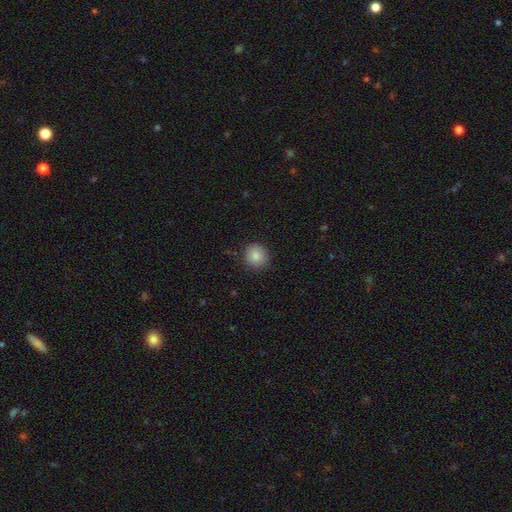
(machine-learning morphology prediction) Smooth or featured?
  - smooth: 86% *
  - star or artifact: 9%
  - featured or disk: 5%
How rounded?
  - round: 90% *
  - in between: 9%
  - cigar-shaped: 1%
Merging?
  - none: 87% *
  - minor disturbance: 9%
  - major disturbance: 3%
  - merger: 1%